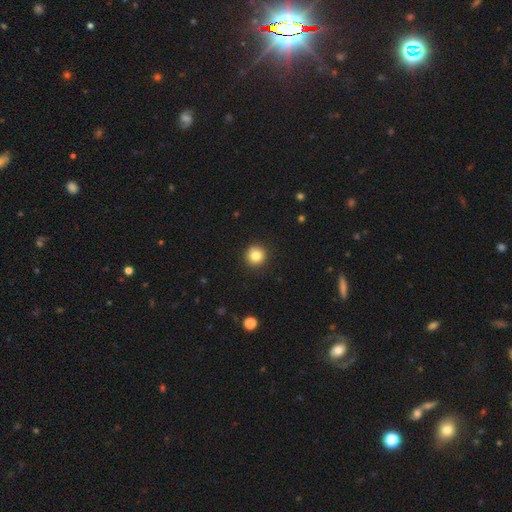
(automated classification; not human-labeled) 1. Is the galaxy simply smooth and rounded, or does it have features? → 83% smooth, 11% star or artifact, 6% featured or disk.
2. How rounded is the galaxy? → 94% round, 5% in between, 1% cigar-shaped.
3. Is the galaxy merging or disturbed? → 90% none, 7% minor disturbance, 2% major disturbance, 1% merger.